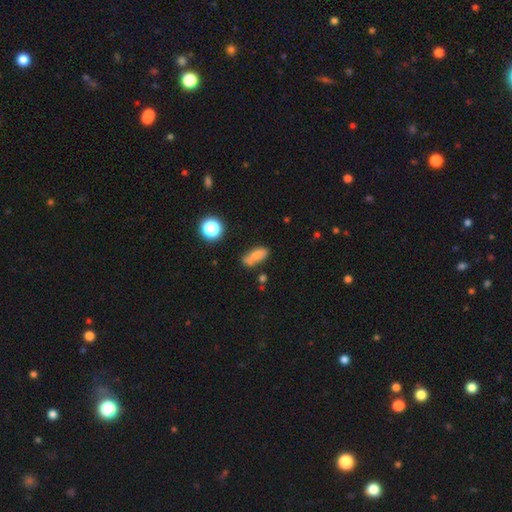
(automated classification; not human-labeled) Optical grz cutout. It shows a smooth galaxy with no disk features (69%) that is in between round and cigar-shaped (76%). Merging: none (61%).